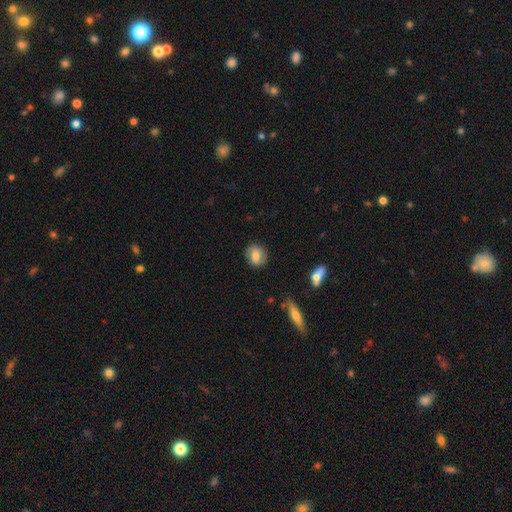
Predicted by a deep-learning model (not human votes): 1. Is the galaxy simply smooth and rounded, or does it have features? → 70% smooth, 22% featured or disk, 8% star or artifact.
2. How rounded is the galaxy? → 69% round, 30% in between, 2% cigar-shaped.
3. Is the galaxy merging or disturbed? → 83% none, 13% minor disturbance, 3% major disturbance, 1% merger.